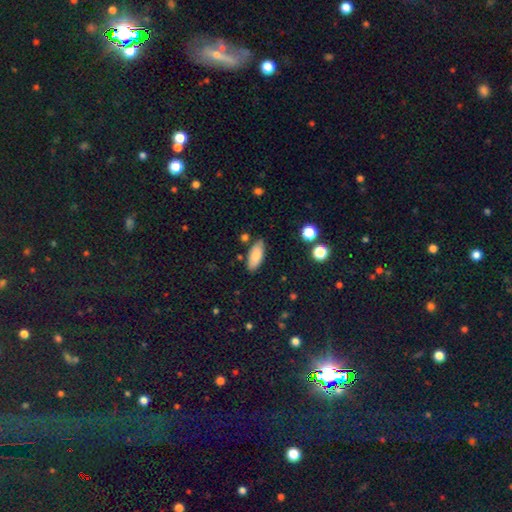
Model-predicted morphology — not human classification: Overall: smooth (82%). How rounded: in between (83%). Merging: none (81%).